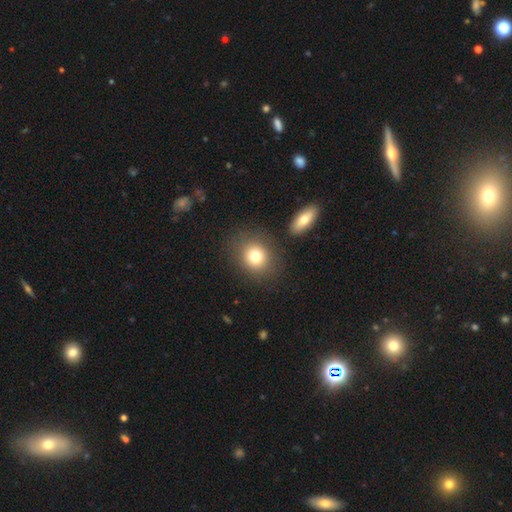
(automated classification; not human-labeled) Morphology: type=smooth (77%); roundness=round (66%); merging=none (81%).